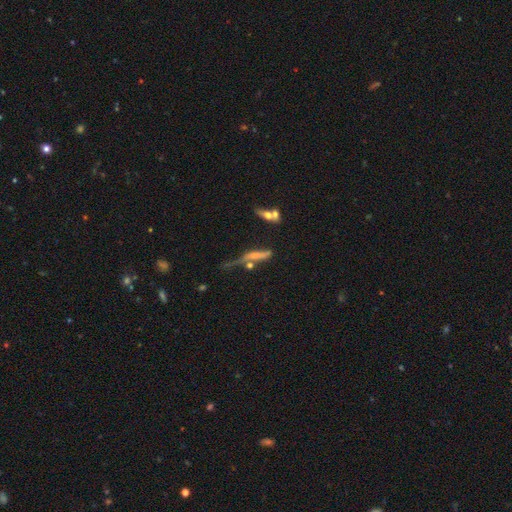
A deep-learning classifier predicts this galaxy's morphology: Overall: smooth (49%; featured or disk 38%). Merging: none (29%; major disturbance 26%).